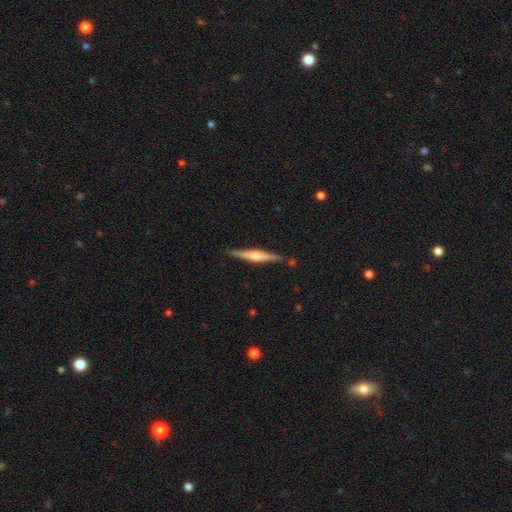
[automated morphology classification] smooth_or_featured: featured or disk (p=0.64) [alt: smooth p=0.31]
disk_edge_on: yes (p=0.97) [alt: no p=0.03]
edge_on_bulge: rounded (p=0.74) [alt: boxy p=0.16]
merging: none (p=0.86) [alt: minor disturbance p=0.10]